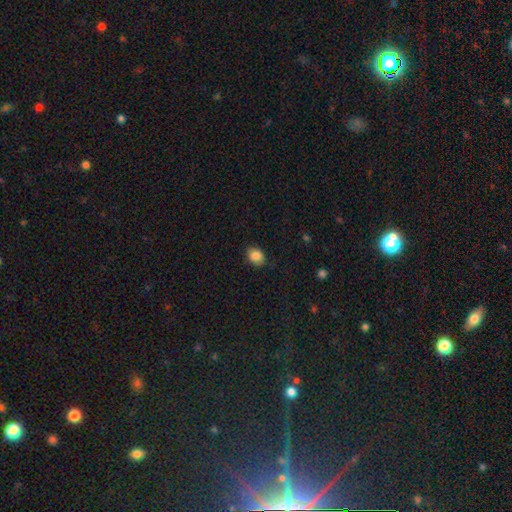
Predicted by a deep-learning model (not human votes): A smooth galaxy with no disk features (87%) that is in between round and cigar-shaped (66%).

Vote fractions:
- Smooth or featured? smooth: 87% / star or artifact: 9% / featured or disk: 5%
- How rounded? in between: 66% / round: 33% / cigar-shaped: 1%
- Merging? none: 83% / minor disturbance: 13% / major disturbance: 3% / merger: 1%